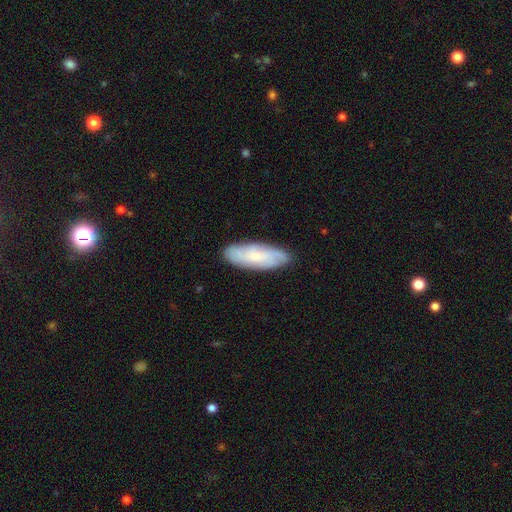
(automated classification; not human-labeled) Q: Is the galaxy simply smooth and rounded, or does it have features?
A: featured or disk — 48%.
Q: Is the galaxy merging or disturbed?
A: none — 84%.